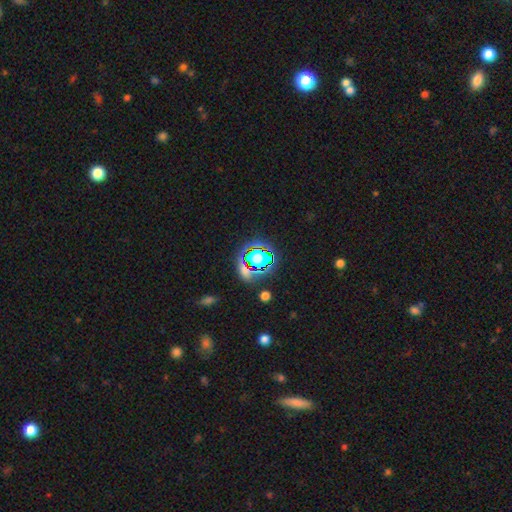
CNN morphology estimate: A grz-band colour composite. It shows a star or artifact, not a galaxy (53%).